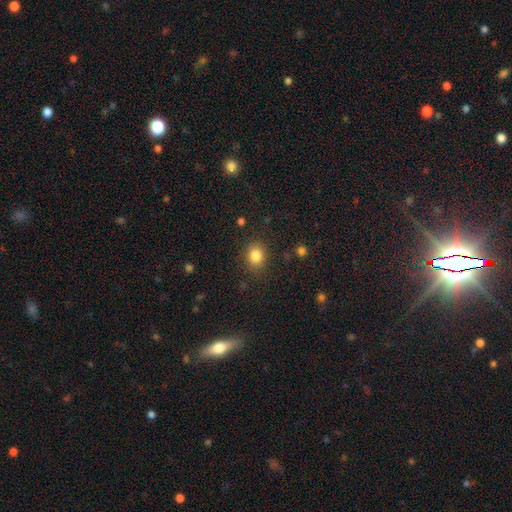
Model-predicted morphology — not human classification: Q: Smooth or featured?
A: smooth (83%); runner-up: star or artifact (11%)
Q: How rounded?
A: round (63%); runner-up: in between (36%)
Q: Merging?
A: none (85%); runner-up: minor disturbance (10%)